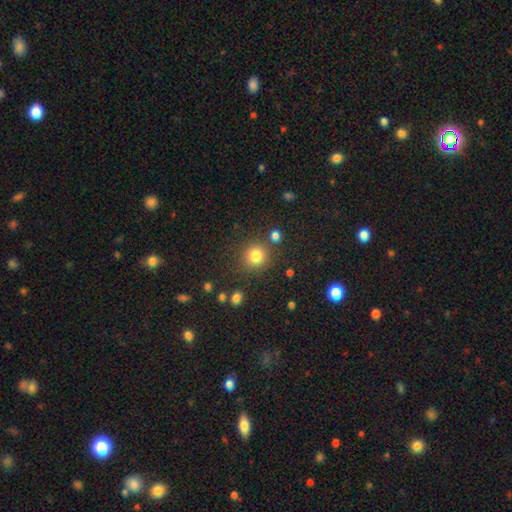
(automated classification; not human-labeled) smooth-or-featured: smooth: 82% | star or artifact: 13% | featured or disk: 6%
  how-rounded: round: 89% | in between: 10% | cigar-shaped: 1%
  merging: none: 80% | minor disturbance: 9% | merger: 7% | major disturbance: 4%